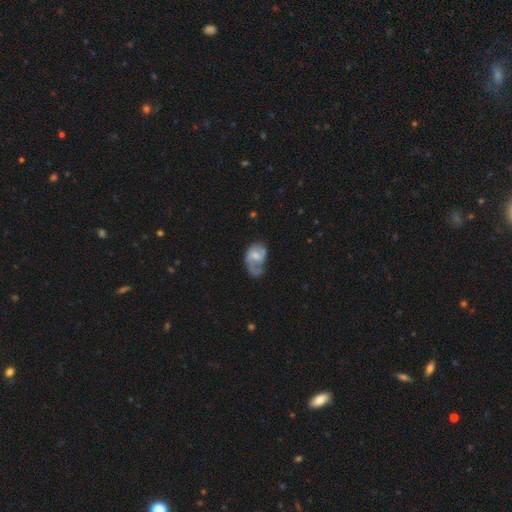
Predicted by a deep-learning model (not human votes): Q: Smooth or featured?
A: featured or disk (64%); runner-up: smooth (29%)
Q: Edge-on disk?
A: no (97%); runner-up: yes (3%)
Q: Bar?
A: no (50%); runner-up: weak (42%)
Q: Spiral arms?
A: yes (80%); runner-up: no (20%)
Q: Bulge size?
A: small (43%); runner-up: moderate (40%)
Q: Merging?
A: major disturbance (37%); runner-up: none (31%)